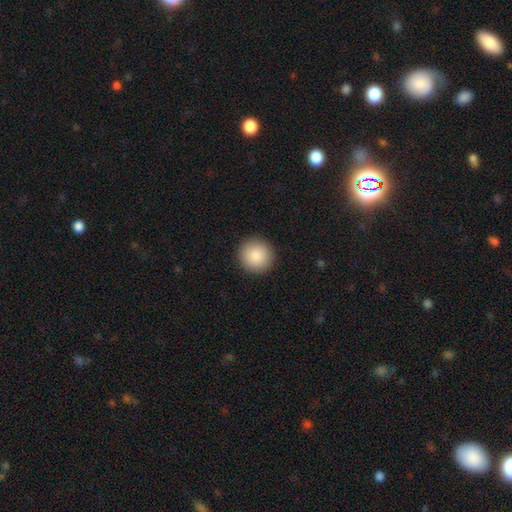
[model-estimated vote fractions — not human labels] smooth 87%, star or artifact 8%, featured or disk 5%. Down the decision tree: how rounded — round (95%); merging — none (92%).